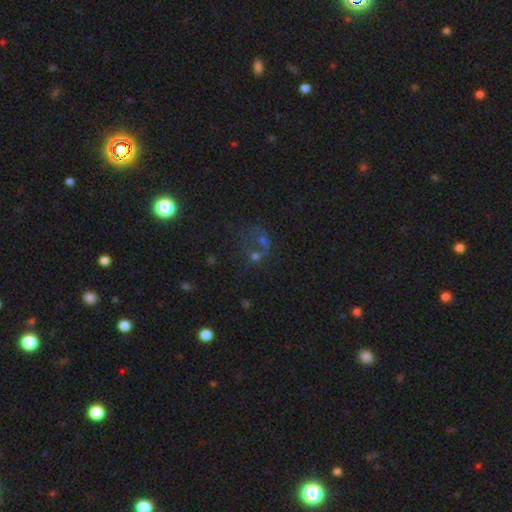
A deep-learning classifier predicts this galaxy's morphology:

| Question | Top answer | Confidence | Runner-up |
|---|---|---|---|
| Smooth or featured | smooth | 37% | star or artifact (36%) |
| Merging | merger | 39% | none (30%) |